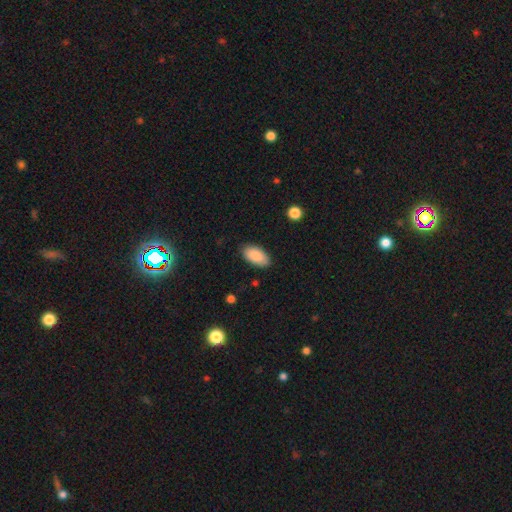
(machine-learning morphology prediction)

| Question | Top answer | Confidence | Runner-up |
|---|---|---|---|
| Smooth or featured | smooth | 86% | featured or disk (7%) |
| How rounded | in between | 95% | round (3%) |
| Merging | none | 85% | minor disturbance (11%) |